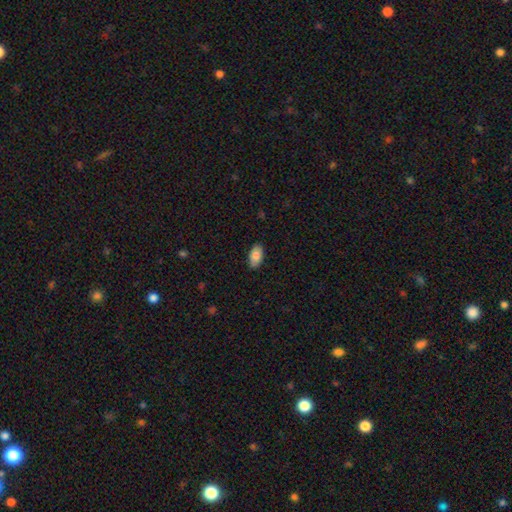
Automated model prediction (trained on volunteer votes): This appears to be a smooth galaxy with no disk features (84%) that is in between round and cigar-shaped (94%). Merging: none (87%).